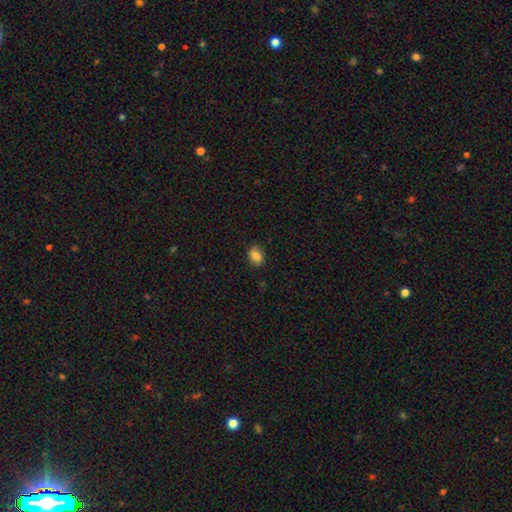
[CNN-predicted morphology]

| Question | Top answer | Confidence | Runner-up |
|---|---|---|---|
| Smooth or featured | smooth | 83% | star or artifact (10%) |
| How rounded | in between | 66% | round (33%) |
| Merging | none | 83% | minor disturbance (13%) |